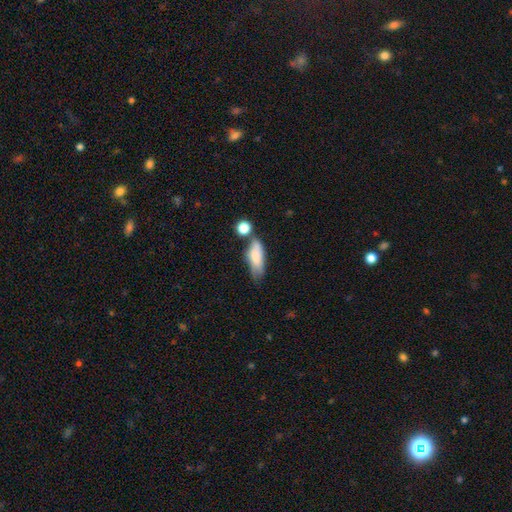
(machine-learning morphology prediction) smooth_or_featured: smooth (p=0.76) [alt: featured or disk p=0.17]
how_rounded: in between (p=0.74) [alt: cigar-shaped p=0.22]
merging: none (p=0.41) [alt: minor disturbance p=0.26]